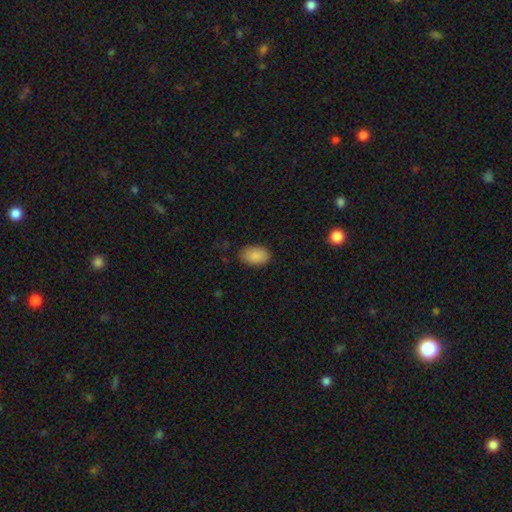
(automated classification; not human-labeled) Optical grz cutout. It shows a smooth galaxy with no disk features (88%) that is in between round and cigar-shaped (89%). Merging: none (85%).